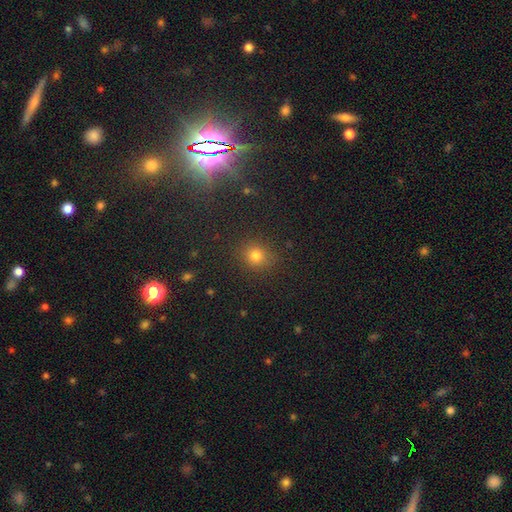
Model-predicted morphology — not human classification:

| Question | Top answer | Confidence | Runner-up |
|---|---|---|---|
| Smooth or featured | smooth | 75% | star or artifact (18%) |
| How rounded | round | 79% | in between (20%) |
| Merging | none | 86% | minor disturbance (9%) |